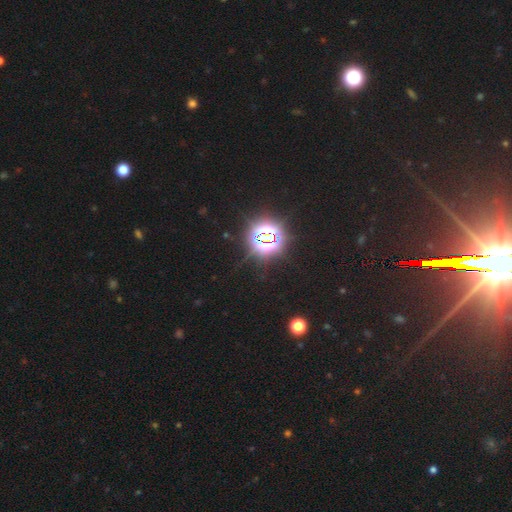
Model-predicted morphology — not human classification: A star or artifact, not a galaxy (78%).